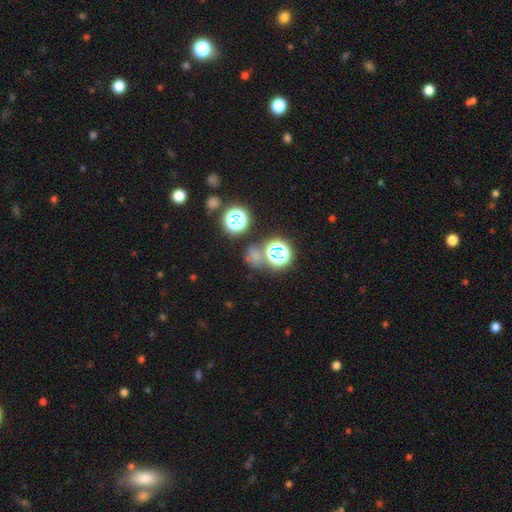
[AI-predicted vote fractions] Overall: star or artifact (46%; smooth 44%).